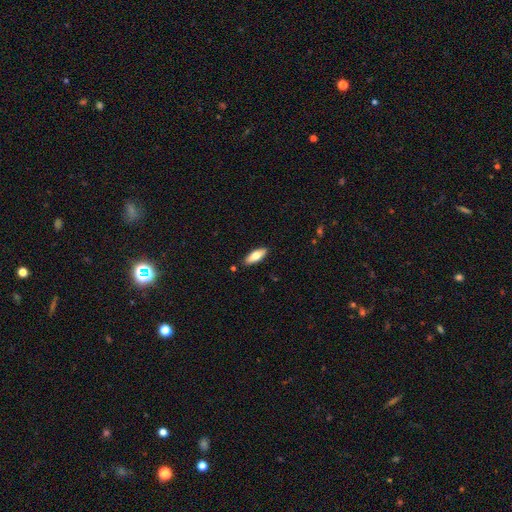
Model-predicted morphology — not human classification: Overall: smooth (71%). How rounded: in between (70%). Merging: none (88%).